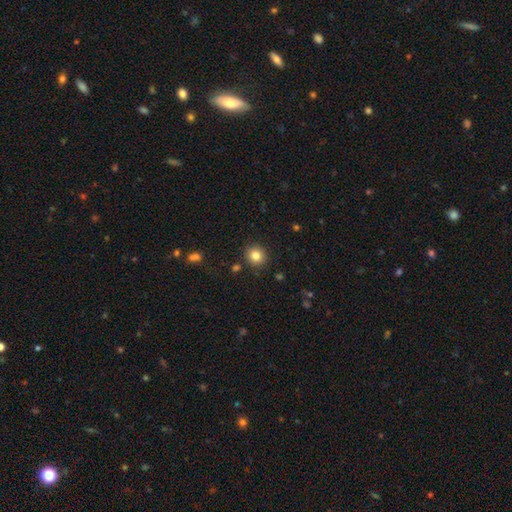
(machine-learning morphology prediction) This appears to be a smooth galaxy with no disk features (83%) that is round (87%). Merging: none (89%).